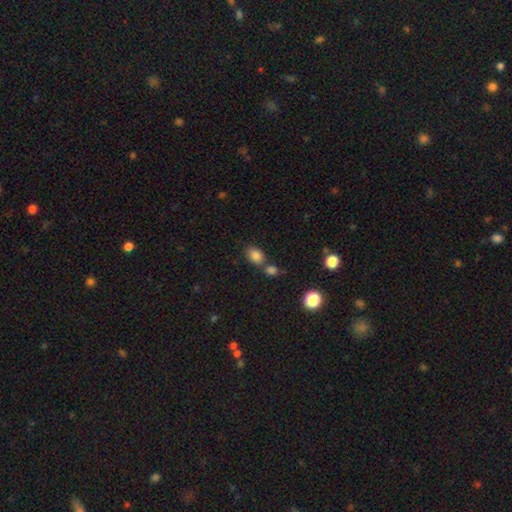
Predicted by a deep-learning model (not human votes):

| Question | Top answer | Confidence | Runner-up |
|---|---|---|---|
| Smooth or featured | smooth | 83% | star or artifact (11%) |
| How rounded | in between | 71% | round (28%) |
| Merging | none | 55% | merger (30%) |